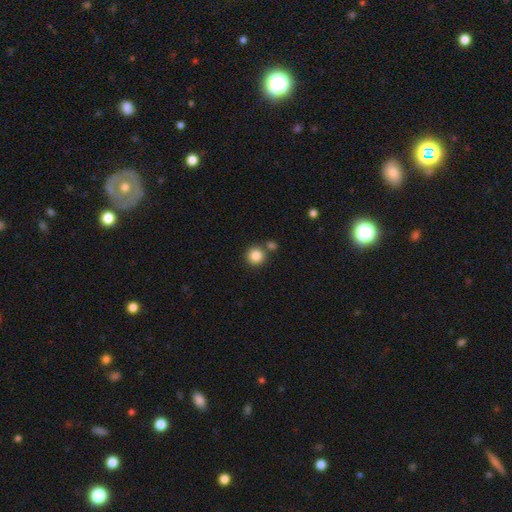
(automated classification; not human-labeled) smooth-or-featured: smooth: 85% | star or artifact: 10% | featured or disk: 5%
  how-rounded: round: 94% | in between: 5% | cigar-shaped: 1%
  merging: none: 75% | merger: 15% | minor disturbance: 8% | major disturbance: 2%